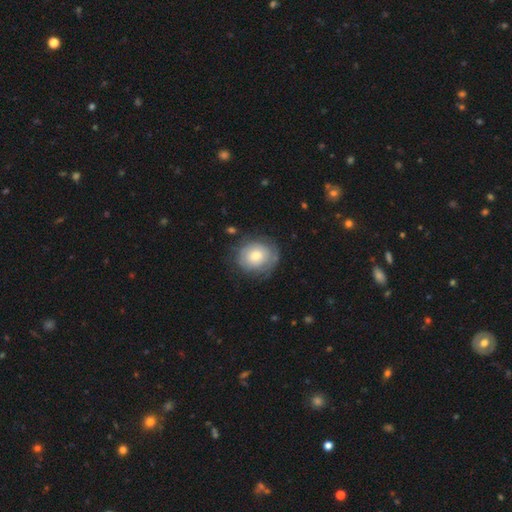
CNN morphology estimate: This is possibly a smooth galaxy (53%). How rounded: clearly round (80%). Merging: likely none (73%).